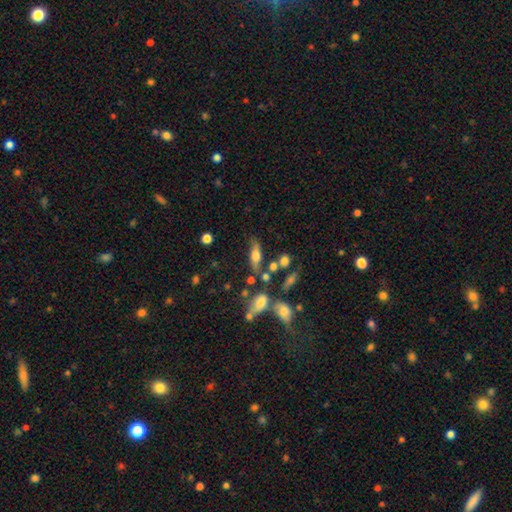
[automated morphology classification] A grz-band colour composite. It shows a smooth galaxy with no disk features (50%). Merging: none (59%).